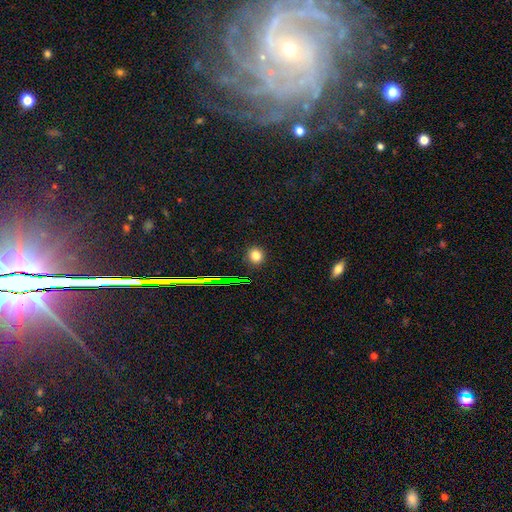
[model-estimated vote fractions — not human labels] Smooth or featured? Predicted: smooth (p=0.78). How rounded? Predicted: round (p=0.87). Merging? Predicted: none (p=0.91).